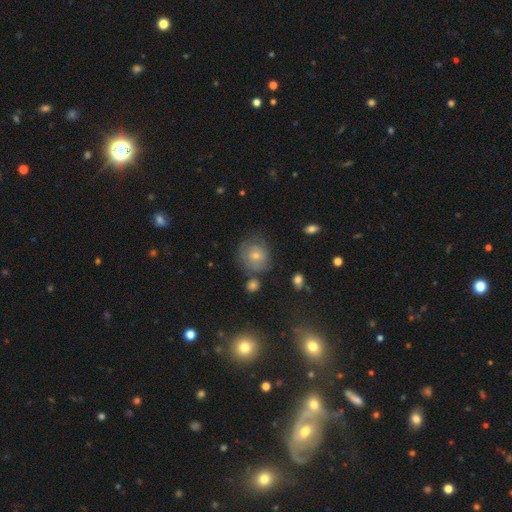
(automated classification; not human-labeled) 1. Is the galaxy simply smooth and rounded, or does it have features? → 46% featured or disk, 41% smooth, 13% star or artifact.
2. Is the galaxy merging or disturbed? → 63% none, 21% minor disturbance, 11% major disturbance, 5% merger.